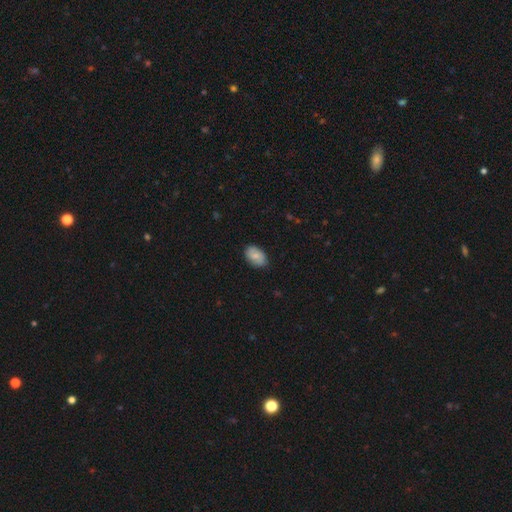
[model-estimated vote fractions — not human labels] Smooth or featured: smooth — 76% (featured or disk — 18%)
How rounded: in between — 90% (round — 9%)
Merging: none — 84% (minor disturbance — 13%)